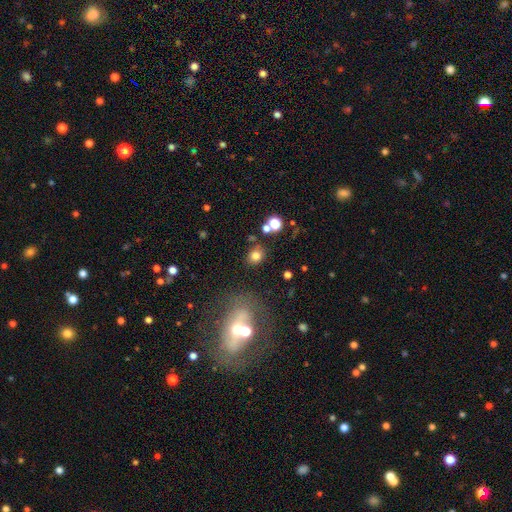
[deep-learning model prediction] A smooth galaxy with no disk features (76%) that is round (68%). Merging: none (79%).